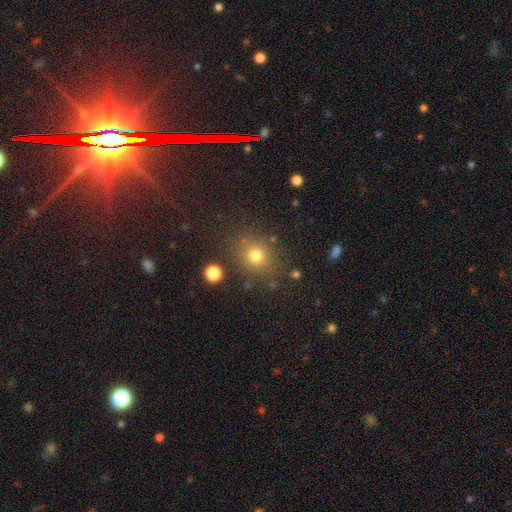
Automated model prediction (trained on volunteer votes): A smooth galaxy with no disk features (74%) that is round (79%).

Vote fractions:
- Smooth or featured? smooth: 74% / star or artifact: 17% / featured or disk: 9%
- How rounded? round: 79% / in between: 20% / cigar-shaped: 1%
- Merging? none: 81% / minor disturbance: 11% / major disturbance: 4% / merger: 4%